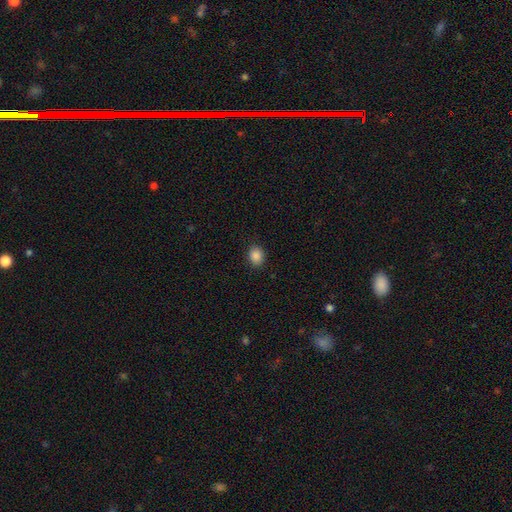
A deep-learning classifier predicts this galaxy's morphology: The model was most divided on "how rounded": in between: 54%, round: 45%, cigar-shaped: 1%. More confident: merging — none (89%); smooth or featured — smooth (87%).